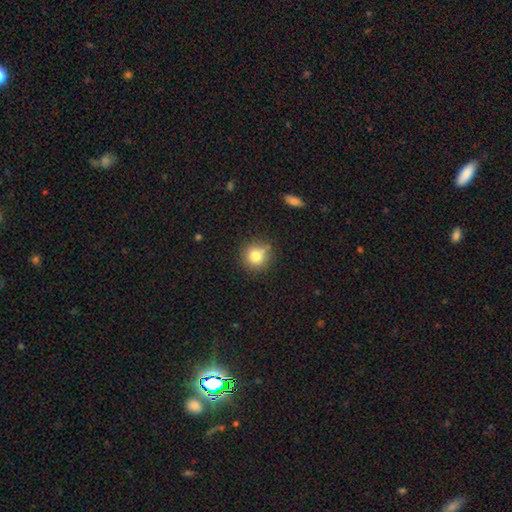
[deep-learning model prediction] smooth_or_featured: smooth (p=0.80) [alt: star or artifact p=0.12]
how_rounded: round (p=0.92) [alt: in between p=0.07]
merging: none (p=0.81) [alt: minor disturbance p=0.12]